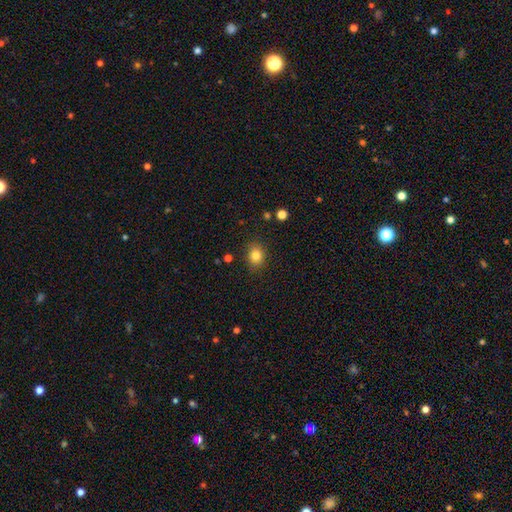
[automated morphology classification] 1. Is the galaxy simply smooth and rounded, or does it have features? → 83% smooth, 11% star or artifact, 6% featured or disk.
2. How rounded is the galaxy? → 59% round, 40% in between, 1% cigar-shaped.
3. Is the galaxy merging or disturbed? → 86% none, 10% minor disturbance, 3% major disturbance, 1% merger.